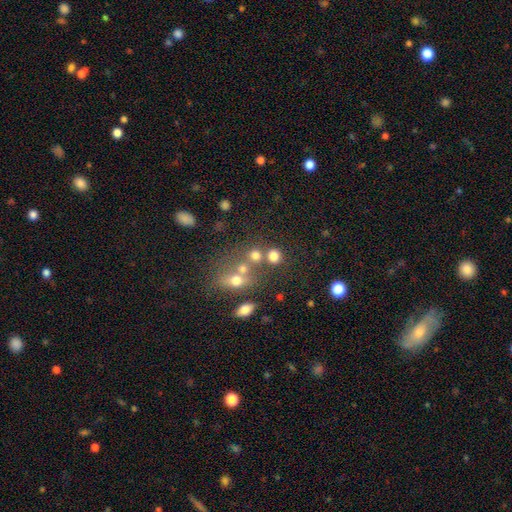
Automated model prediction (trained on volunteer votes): smooth_or_featured: smooth (p=0.68) [alt: star or artifact p=0.18]
how_rounded: round (p=0.76) [alt: in between p=0.23]
merging: none (p=0.48) [alt: merger p=0.36]